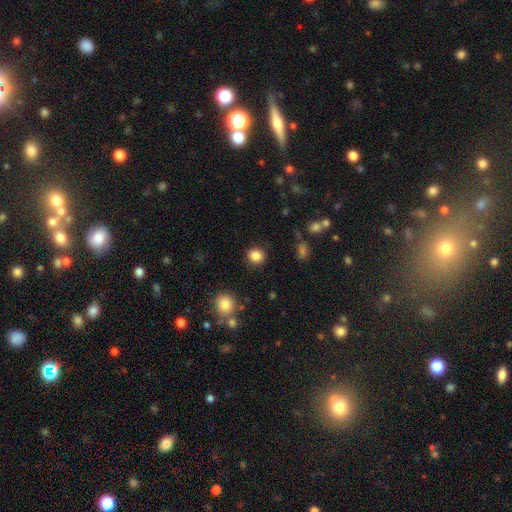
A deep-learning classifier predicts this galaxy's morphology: smooth 85%, star or artifact 10%, featured or disk 4%. Down the decision tree: how rounded — round (89%); merging — none (90%).